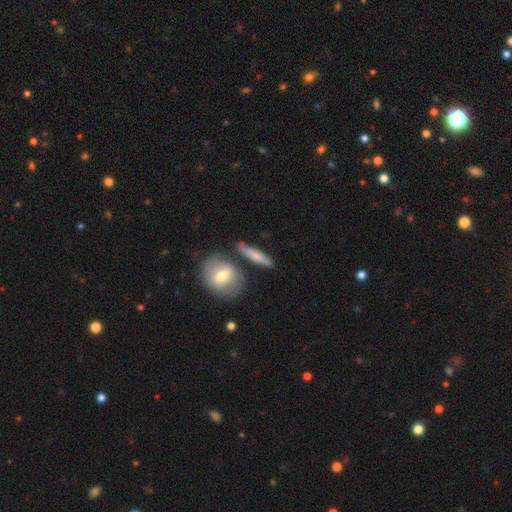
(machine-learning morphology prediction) smooth 65%, featured or disk 29%, star or artifact 6%. Down the decision tree: how rounded — cigar-shaped (73%); merging — none (74%).